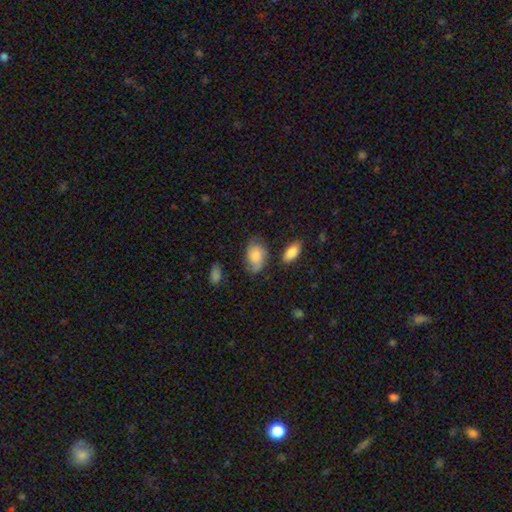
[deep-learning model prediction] A smooth galaxy with no disk features (54%) that is in between round and cigar-shaped (84%). Merging: none (58%).